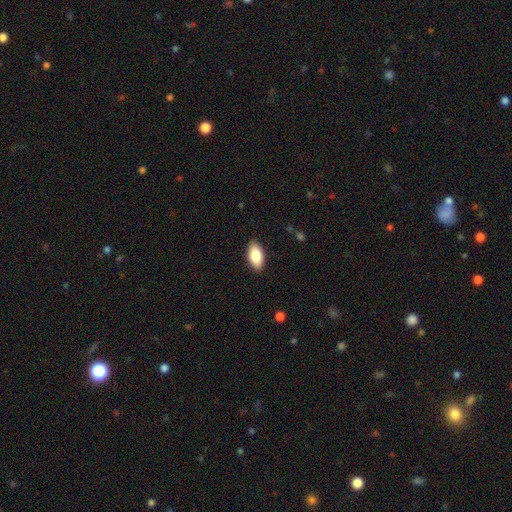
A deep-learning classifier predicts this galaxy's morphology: smooth 85%, featured or disk 9%, star or artifact 6%. Down the decision tree: how rounded — in between (93%); merging — none (89%).